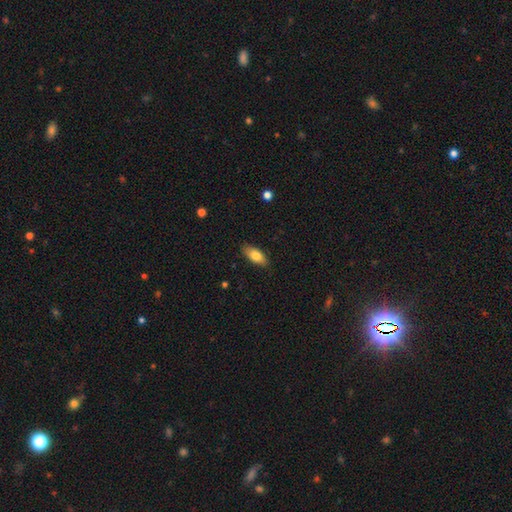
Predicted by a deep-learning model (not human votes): Smooth or featured? smooth (79%)
How rounded? in between (83%)
Merging? none (86%)